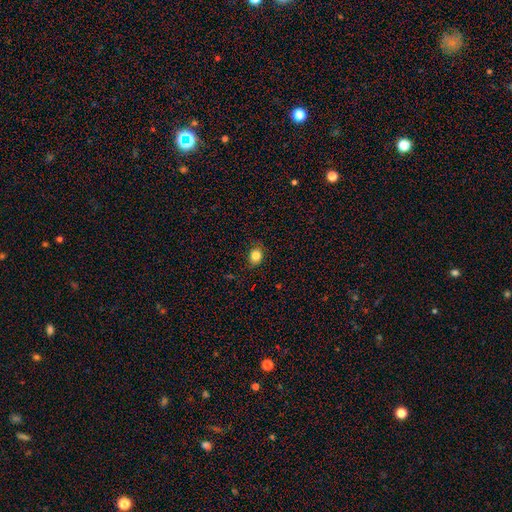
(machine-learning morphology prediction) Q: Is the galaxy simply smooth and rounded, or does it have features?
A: smooth — 83%.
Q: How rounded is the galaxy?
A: round — 57%.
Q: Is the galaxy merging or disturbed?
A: none — 80%.